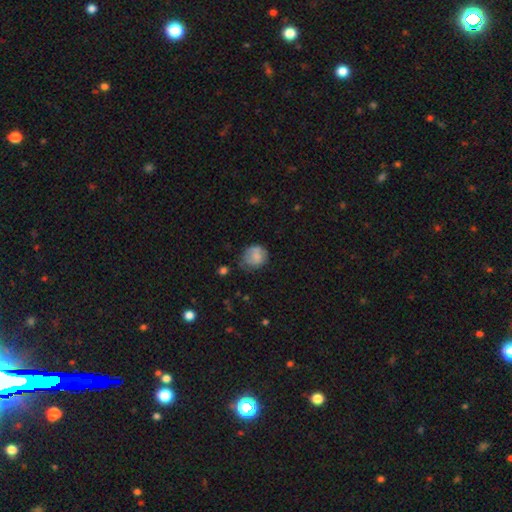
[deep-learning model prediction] Smooth or featured?
  - smooth: 67% *
  - featured or disk: 25%
  - star or artifact: 8%
How rounded?
  - round: 74% *
  - in between: 25%
  - cigar-shaped: 1%
Merging?
  - none: 56% *
  - minor disturbance: 31%
  - major disturbance: 11%
  - merger: 3%